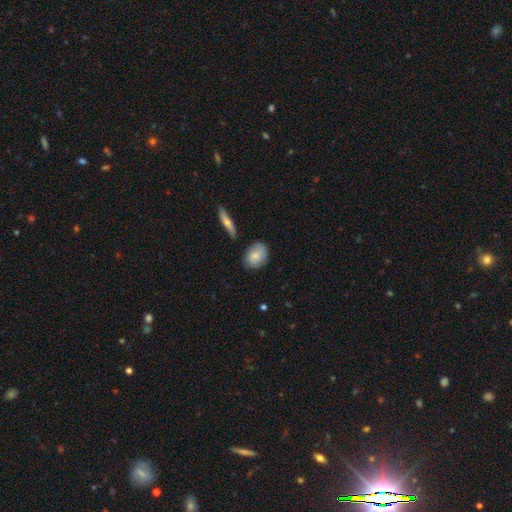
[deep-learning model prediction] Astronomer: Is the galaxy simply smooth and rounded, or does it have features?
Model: smooth — 74%.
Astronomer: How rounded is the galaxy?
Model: round — 49%, tied with in between at 49%.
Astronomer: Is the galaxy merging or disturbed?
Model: none — 74%.